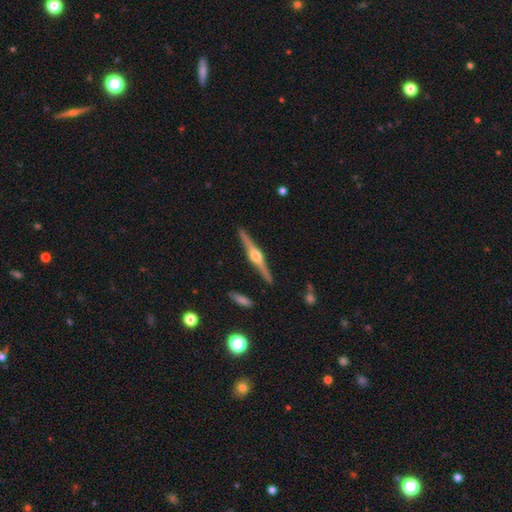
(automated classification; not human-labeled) Smooth or featured? Predicted: featured or disk (p=0.85). Edge-on disk? Predicted: yes (p=0.98). Edge-on bulge? Predicted: rounded (p=0.94). Merging? Predicted: none (p=0.91).